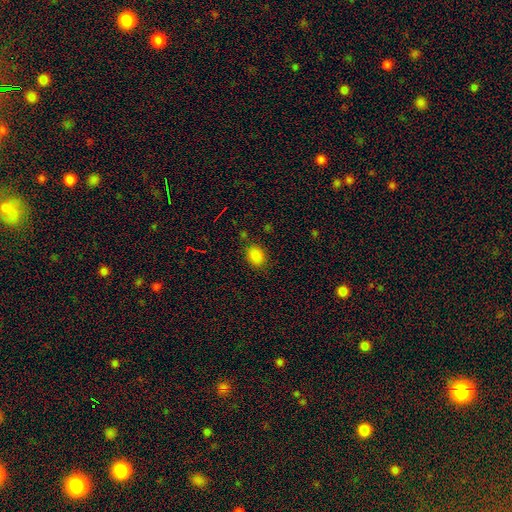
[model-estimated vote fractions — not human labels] smooth-or-featured: smooth: 84% | star or artifact: 13% | featured or disk: 4%
  how-rounded: in between: 58% | round: 41% | cigar-shaped: 1%
  merging: none: 82% | minor disturbance: 12% | major disturbance: 3% | merger: 3%